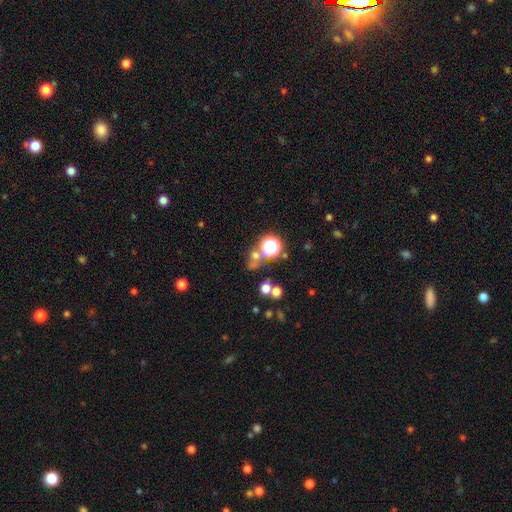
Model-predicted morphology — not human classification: Smooth or featured?
  - smooth: 52% *
  - star or artifact: 36%
  - featured or disk: 12%
How rounded?
  - round: 77% *
  - in between: 21%
  - cigar-shaped: 2%
Merging?
  - none: 54% *
  - merger: 26%
  - minor disturbance: 11%
  - major disturbance: 9%